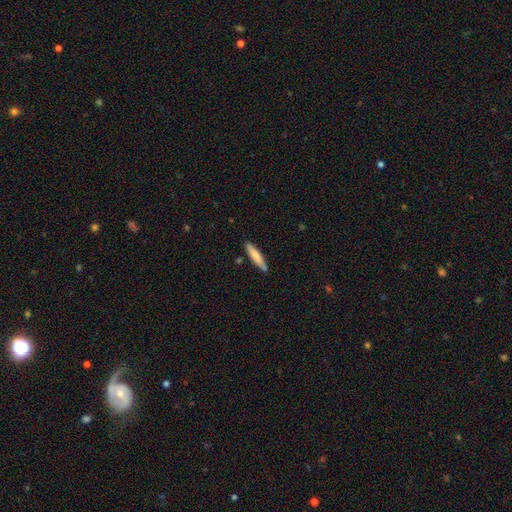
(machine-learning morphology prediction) This is likely a smooth galaxy (76%). How rounded: clearly cigar-shaped (85%). Merging: likely none (79%).